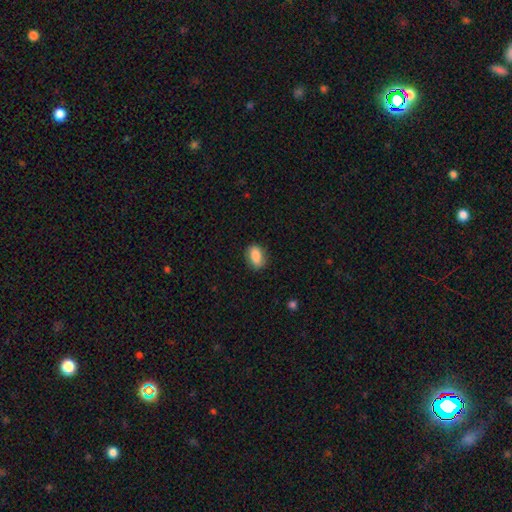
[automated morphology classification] smooth-or-featured: smooth: 87% | star or artifact: 7% | featured or disk: 6%
  how-rounded: in between: 85% | round: 12% | cigar-shaped: 4%
  merging: none: 83% | minor disturbance: 13% | major disturbance: 3% | merger: 1%